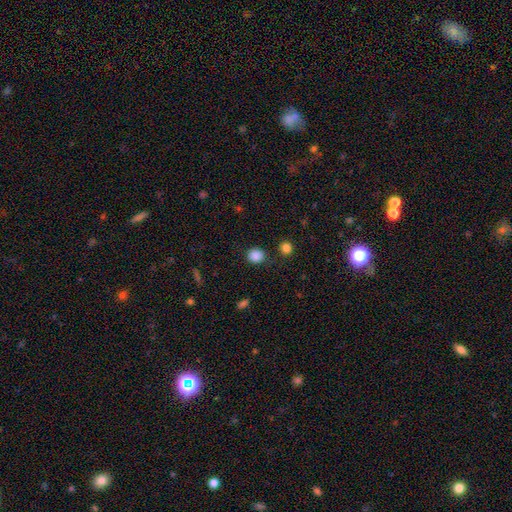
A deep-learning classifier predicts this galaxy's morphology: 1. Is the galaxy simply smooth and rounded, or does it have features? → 86% smooth, 11% star or artifact, 3% featured or disk.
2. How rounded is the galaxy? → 86% round, 13% in between, 1% cigar-shaped.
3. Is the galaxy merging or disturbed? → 85% none, 9% minor disturbance, 3% major disturbance, 3% merger.